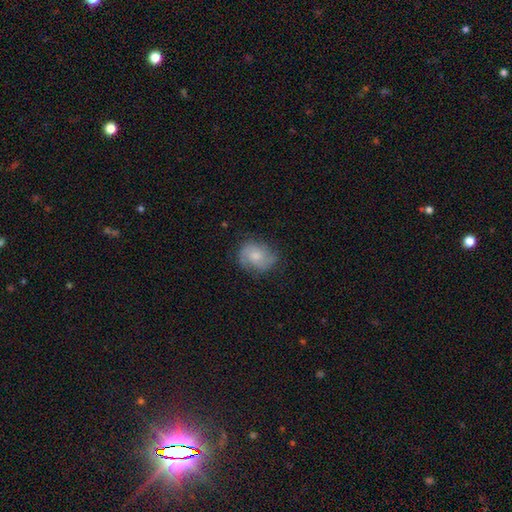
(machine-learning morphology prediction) type=featured or disk (49%); merging=none (67%).